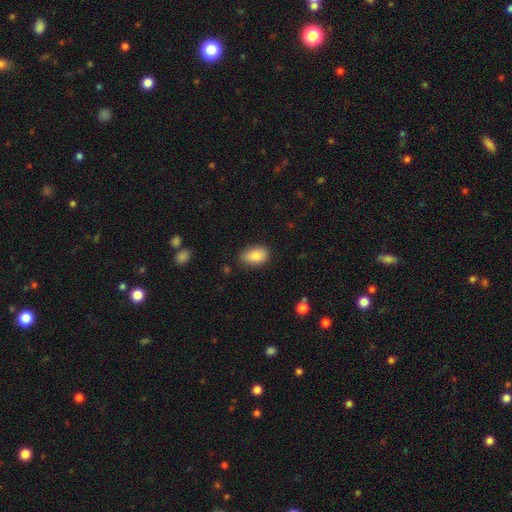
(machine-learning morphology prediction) Smooth or featured? smooth (86%)
How rounded? in between (89%)
Merging? none (81%)